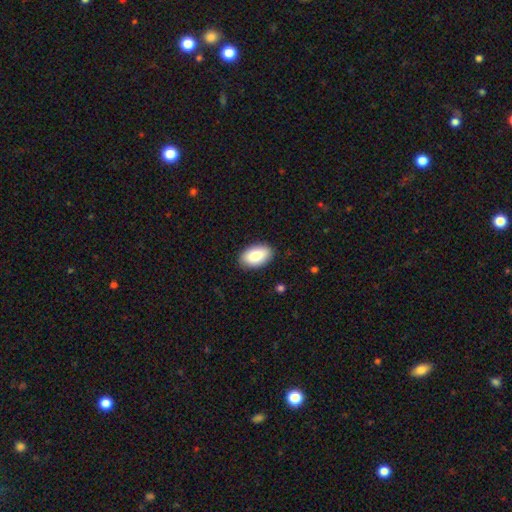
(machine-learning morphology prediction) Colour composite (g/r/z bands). It shows a smooth galaxy with no disk features (84%) that is in between round and cigar-shaped (94%). Merging: none (88%).